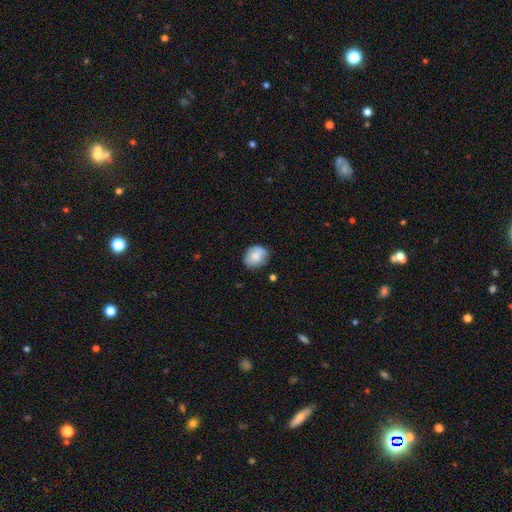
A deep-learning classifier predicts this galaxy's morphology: This appears to be a smooth galaxy with no disk features (77%) that is round (62%). Merging: none (72%).